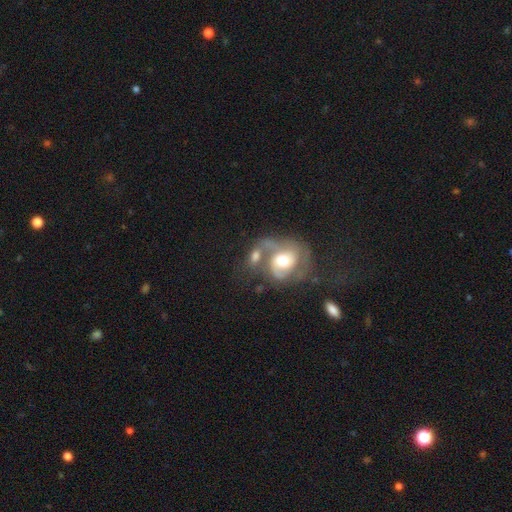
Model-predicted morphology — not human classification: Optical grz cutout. It shows a featured or disk galaxy (55%) with no bar (63%), spiral arms (72%) and a moderate central bulge (62%). Merging: merger (52%).